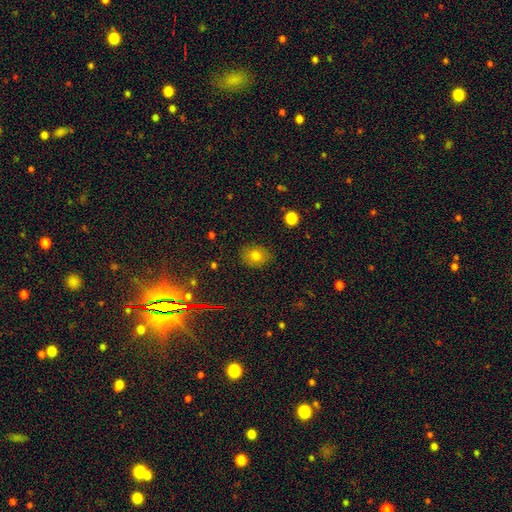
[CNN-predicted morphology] Overall: smooth (77%). How rounded: round (51%; in between 48%). Merging: none (84%).